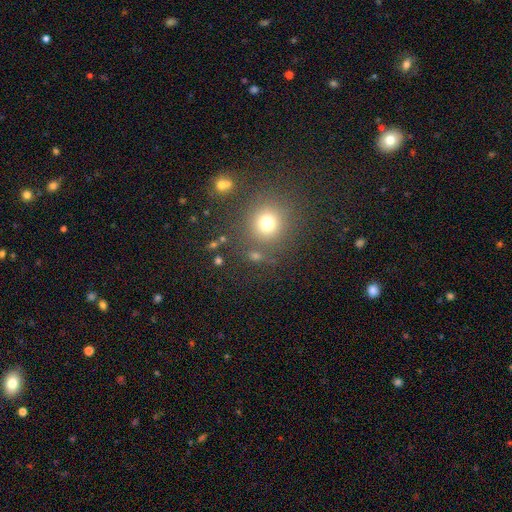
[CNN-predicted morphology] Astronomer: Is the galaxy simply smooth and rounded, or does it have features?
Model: smooth — 68%.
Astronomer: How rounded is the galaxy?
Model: round — 90%.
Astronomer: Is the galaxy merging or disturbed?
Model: none — 80%.